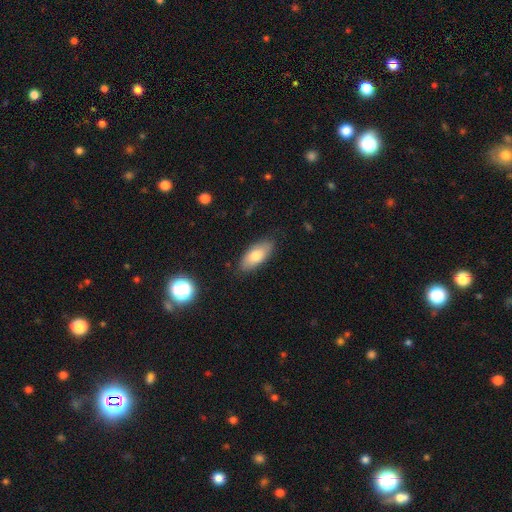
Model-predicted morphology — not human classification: Smooth or featured: smooth — 76% (featured or disk — 17%)
How rounded: in between — 85% (cigar-shaped — 12%)
Merging: none — 84% (minor disturbance — 12%)